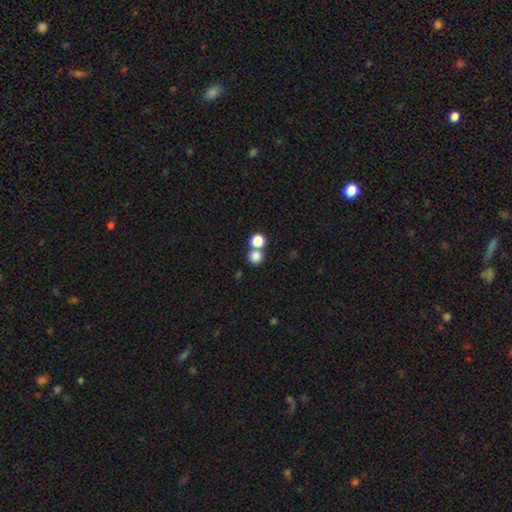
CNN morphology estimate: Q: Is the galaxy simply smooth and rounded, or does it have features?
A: smooth — 80%.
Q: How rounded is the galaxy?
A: round — 90%.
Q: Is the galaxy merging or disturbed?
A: none — 58%.